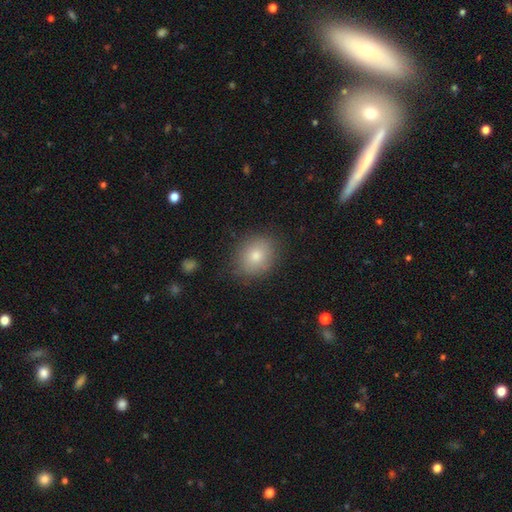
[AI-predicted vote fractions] A smooth galaxy with no disk features (78%) that is round (62%).

Vote fractions:
- Smooth or featured? smooth: 78% / star or artifact: 11% / featured or disk: 11%
- How rounded? round: 62% / in between: 37% / cigar-shaped: 1%
- Merging? none: 85% / minor disturbance: 11% / major disturbance: 3% / merger: 1%